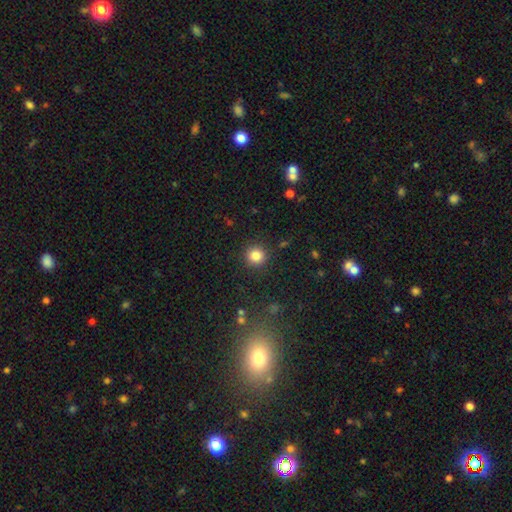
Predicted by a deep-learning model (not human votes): smooth 84%, star or artifact 11%, featured or disk 5%. Down the decision tree: how rounded — round (93%); merging — none (90%).